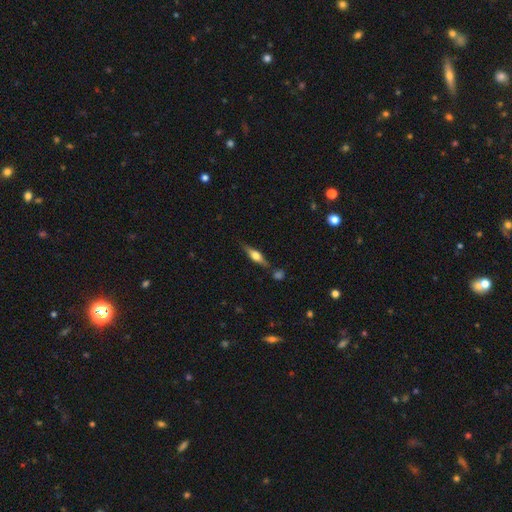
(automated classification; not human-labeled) Q: Smooth or featured?
A: featured or disk (58%); runner-up: smooth (35%)
Q: Edge-on disk?
A: yes (93%); runner-up: no (7%)
Q: Edge-on bulge?
A: rounded (92%); runner-up: boxy (6%)
Q: Merging?
A: none (77%); runner-up: minor disturbance (13%)